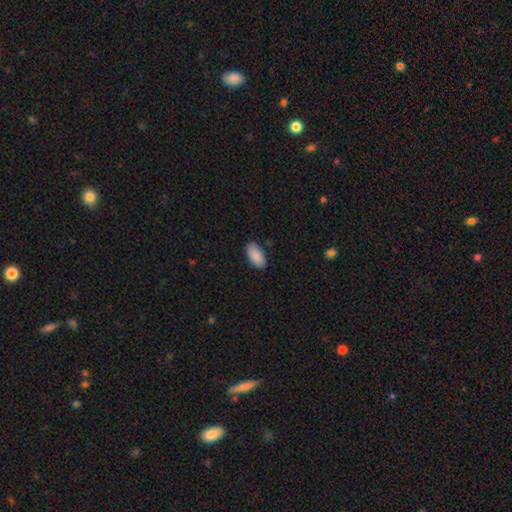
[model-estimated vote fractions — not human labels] Overall: smooth (90%). How rounded: in between (95%). Merging: none (85%).